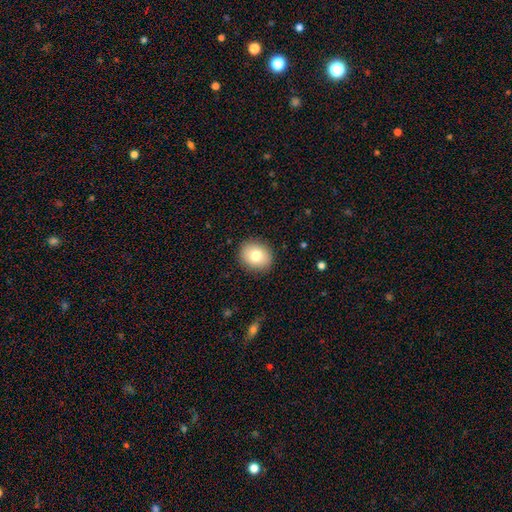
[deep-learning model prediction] Smooth or featured? Predicted: smooth (p=0.79). How rounded? Predicted: round (p=0.61). Merging? Predicted: none (p=0.89).